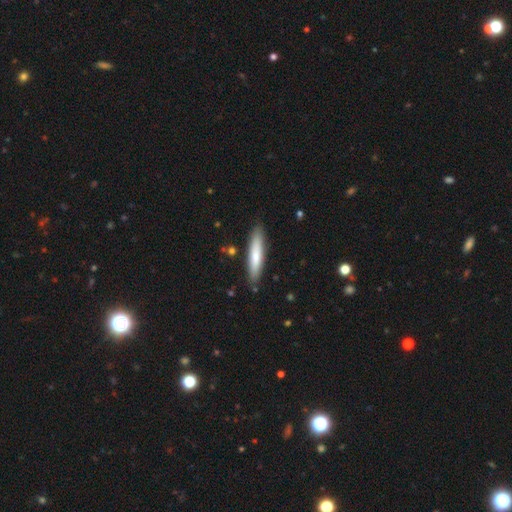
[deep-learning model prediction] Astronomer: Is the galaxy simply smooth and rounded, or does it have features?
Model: smooth — 69%.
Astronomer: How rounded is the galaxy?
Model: cigar-shaped — 83%.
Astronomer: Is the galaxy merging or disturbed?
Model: none — 87%.